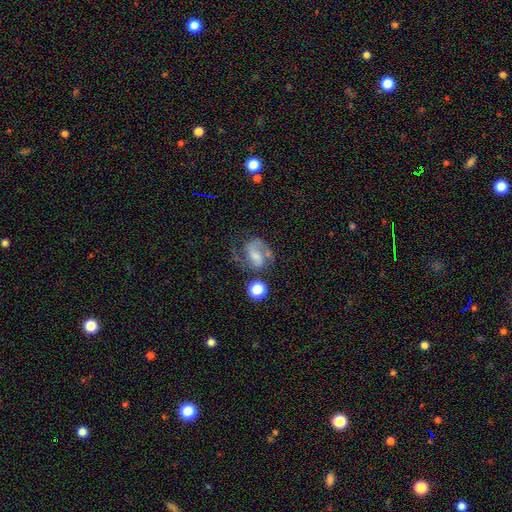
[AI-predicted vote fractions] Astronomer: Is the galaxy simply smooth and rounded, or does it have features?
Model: featured or disk — 73%.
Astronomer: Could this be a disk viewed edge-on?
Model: no — 98%.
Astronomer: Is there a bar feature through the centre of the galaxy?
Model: weak — 45% (runner-up: no, 32%).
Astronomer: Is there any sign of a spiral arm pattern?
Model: yes — 93%.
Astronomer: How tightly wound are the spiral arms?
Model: medium — 55%.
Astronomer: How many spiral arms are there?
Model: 2 — 83%.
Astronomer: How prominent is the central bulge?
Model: small — 39% (runner-up: moderate, 30%).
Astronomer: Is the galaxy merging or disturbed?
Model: none — 51%.